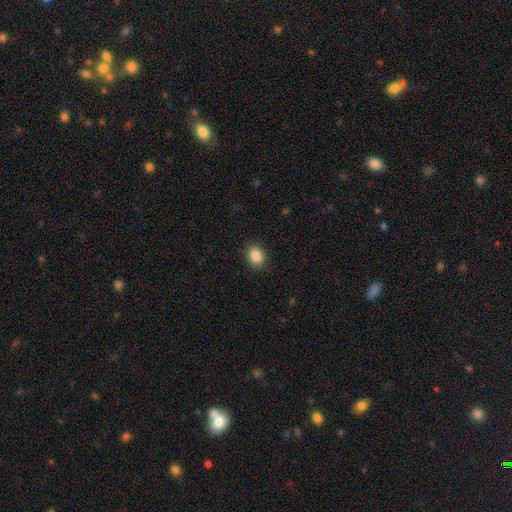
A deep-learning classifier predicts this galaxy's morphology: Q: Smooth or featured?
A: smooth (87%); runner-up: star or artifact (9%)
Q: How rounded?
A: in between (58%); runner-up: round (41%)
Q: Merging?
A: none (89%); runner-up: minor disturbance (8%)